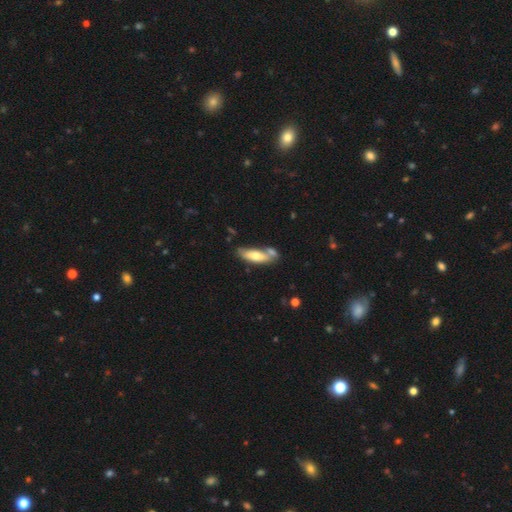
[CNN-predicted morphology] A smooth galaxy with no disk features (65%) that is in between round and cigar-shaped (55%).

Vote fractions:
- Smooth or featured? smooth: 65% / featured or disk: 29% / star or artifact: 6%
- How rounded? in between: 55% / cigar-shaped: 43% / round: 2%
- Merging? none: 50% / merger: 29% / minor disturbance: 16% / major disturbance: 5%